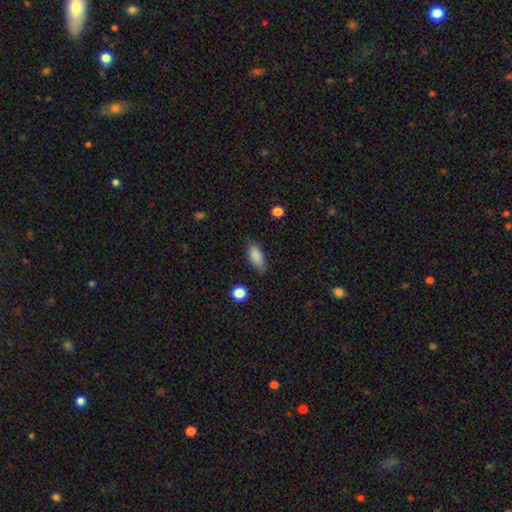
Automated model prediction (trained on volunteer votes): smooth 86%, star or artifact 8%, featured or disk 6%. Down the decision tree: how rounded — in between (84%); merging — none (74%).